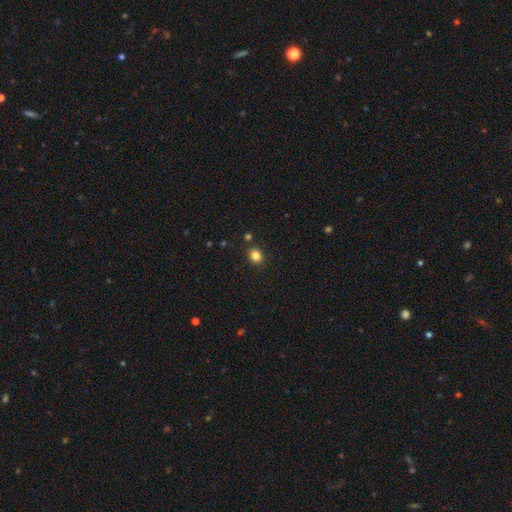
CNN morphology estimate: Smooth or featured? Predicted: smooth (p=0.83). How rounded? Predicted: round (p=0.68). Merging? Predicted: none (p=0.87).